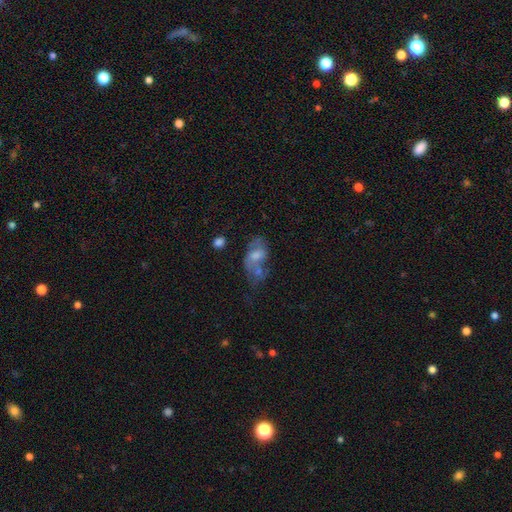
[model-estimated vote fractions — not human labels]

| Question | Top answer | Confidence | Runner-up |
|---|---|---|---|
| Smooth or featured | featured or disk | 48% | smooth (38%) |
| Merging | none | 35% | merger (25%) |